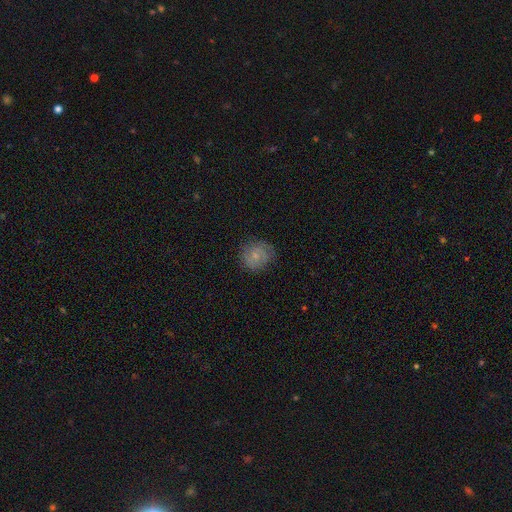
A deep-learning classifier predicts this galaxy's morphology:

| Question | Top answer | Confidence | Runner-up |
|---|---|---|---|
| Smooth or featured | smooth | 57% | featured or disk (33%) |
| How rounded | round | 82% | in between (17%) |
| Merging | none | 75% | minor disturbance (18%) |